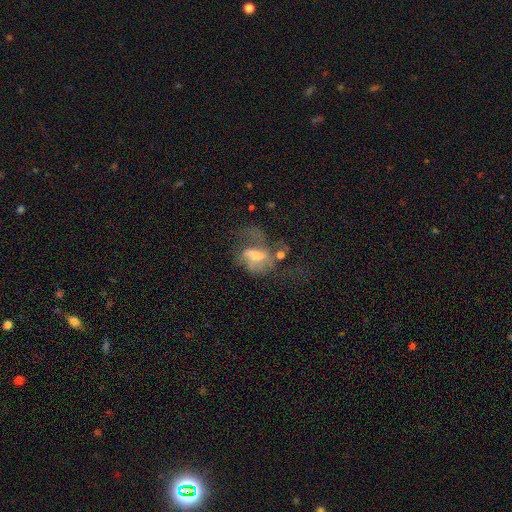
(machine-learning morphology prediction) Smooth or featured: featured or disk — 57% (smooth — 29%)
Edge-on disk: no — 95% (yes — 5%)
Bar: no — 49% (weak — 39%)
Spiral arms: no — 50% (tied with yes — 50%)
Bulge size: moderate — 50% (small — 29%)
Merging: major disturbance — 48% (none — 25%)